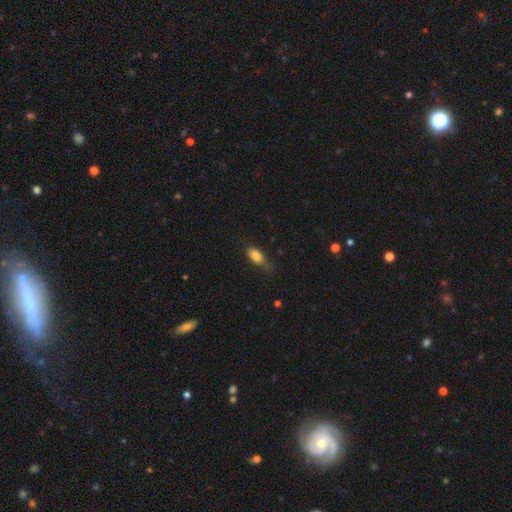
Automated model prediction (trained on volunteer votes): Q: Smooth or featured?
A: smooth (81%); runner-up: featured or disk (11%)
Q: How rounded?
A: in between (84%); runner-up: cigar-shaped (10%)
Q: Merging?
A: none (45%); runner-up: minor disturbance (39%)